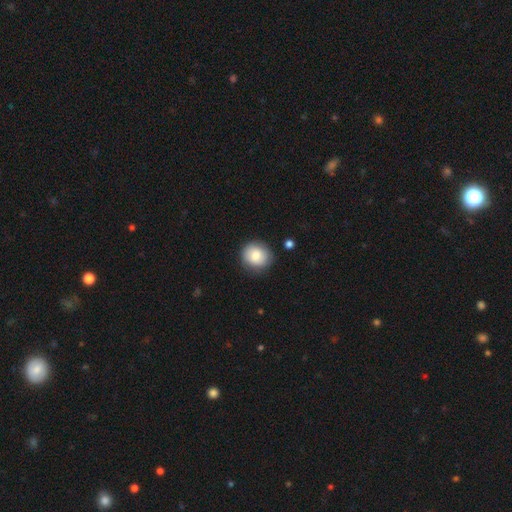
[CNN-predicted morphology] type=smooth (81%); roundness=round (81%); merging=none (82%).